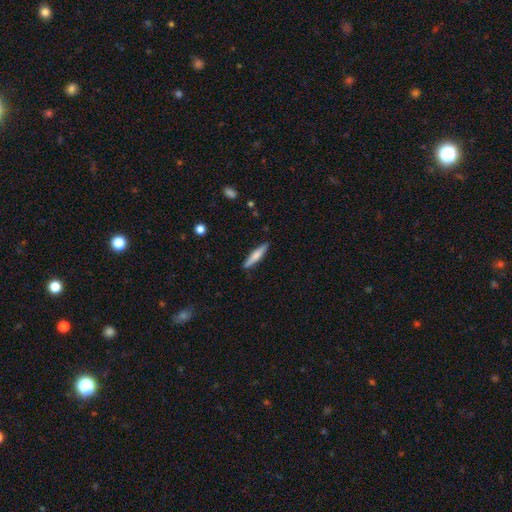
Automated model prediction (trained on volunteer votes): Overall: smooth (62%; featured or disk 33%). How rounded: cigar-shaped (88%). Merging: none (89%).